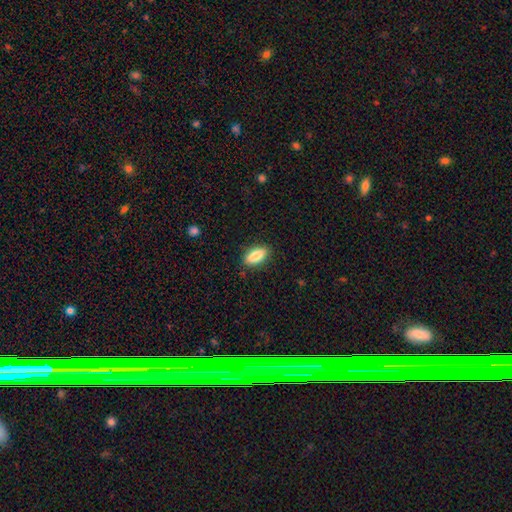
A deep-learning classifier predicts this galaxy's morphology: smooth-or-featured: smooth: 84% | featured or disk: 9% | star or artifact: 7%
  how-rounded: in between: 82% | cigar-shaped: 15% | round: 3%
  merging: none: 87% | minor disturbance: 9% | major disturbance: 2% | merger: 1%